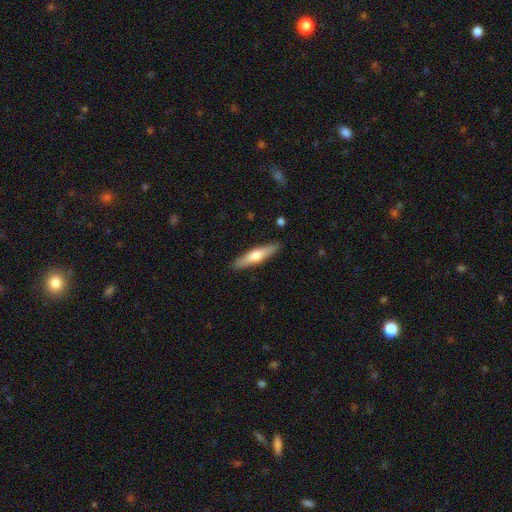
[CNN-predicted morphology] Smooth or featured? Predicted: smooth (p=0.51). How rounded? Predicted: cigar-shaped (p=0.82). Merging? Predicted: none (p=0.90).